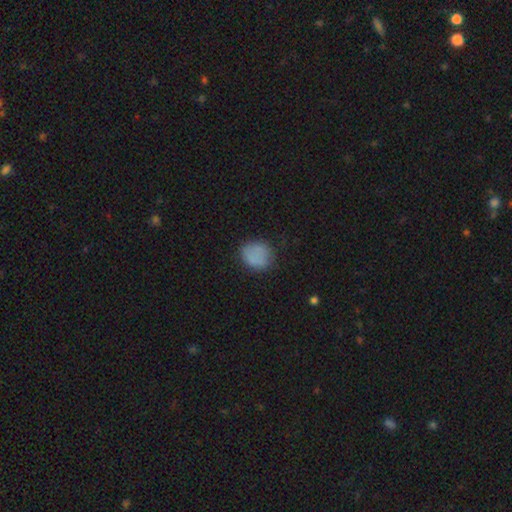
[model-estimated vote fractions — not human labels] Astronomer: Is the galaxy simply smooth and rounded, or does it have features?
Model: smooth — 80%.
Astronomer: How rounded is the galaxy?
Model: round — 72%.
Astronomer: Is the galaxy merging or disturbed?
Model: none — 72%.